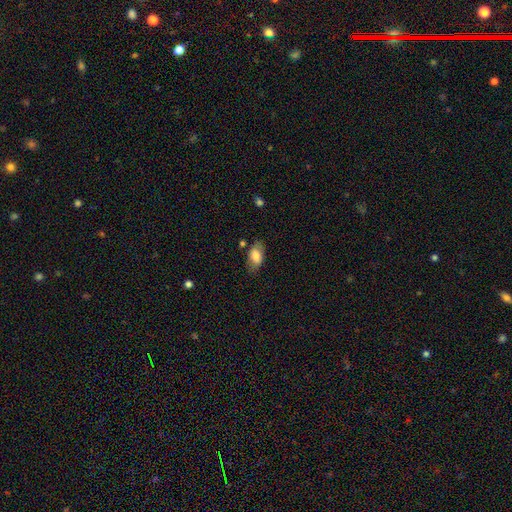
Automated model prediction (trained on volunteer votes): This appears to be a smooth galaxy with no disk features (77%) that is in between round and cigar-shaped (91%). Merging: none (71%).